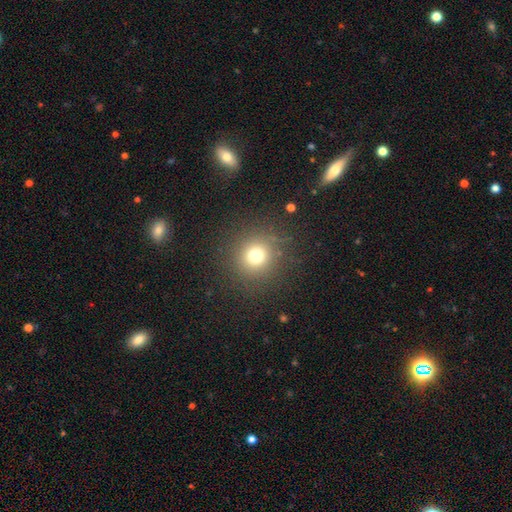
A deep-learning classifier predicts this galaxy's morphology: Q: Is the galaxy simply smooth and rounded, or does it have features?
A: smooth — 72%.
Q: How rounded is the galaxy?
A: round — 93%.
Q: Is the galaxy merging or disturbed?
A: none — 87%.